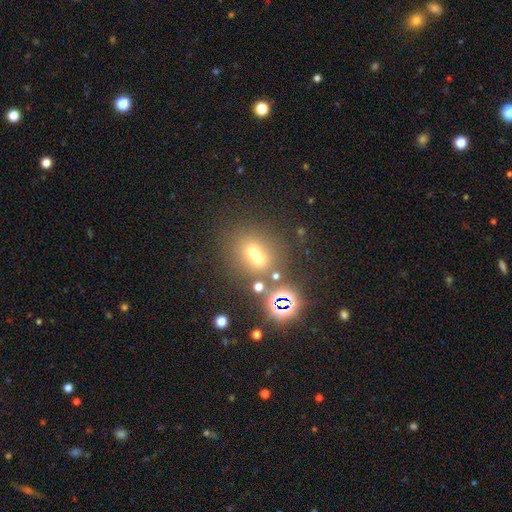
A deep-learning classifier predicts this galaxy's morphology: The model was most divided on "merging": none: 44%, merger: 42%, minor disturbance: 8%, major disturbance: 5%. More confident: how rounded — round (70%); smooth or featured — smooth (55%).